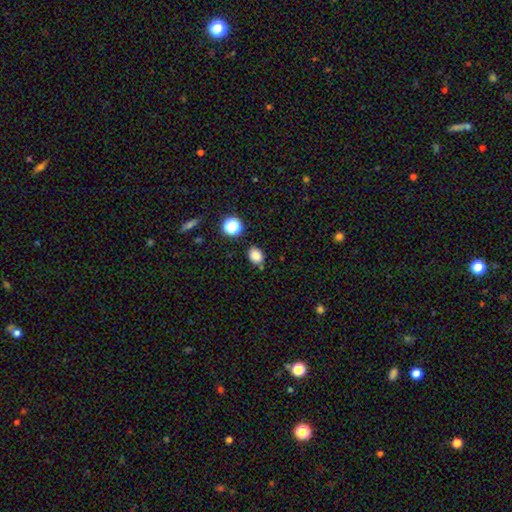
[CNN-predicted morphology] A smooth galaxy with no disk features (84%) that is in between round and cigar-shaped (67%).

Vote fractions:
- Smooth or featured? smooth: 84% / star or artifact: 12% / featured or disk: 4%
- How rounded? in between: 67% / round: 32% / cigar-shaped: 1%
- Merging? none: 78% / minor disturbance: 14% / merger: 4% / major disturbance: 3%